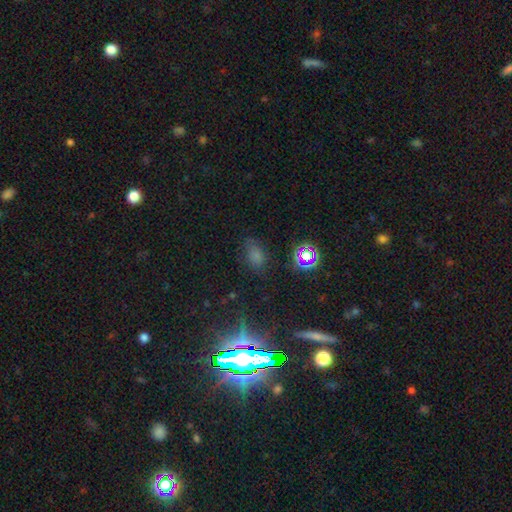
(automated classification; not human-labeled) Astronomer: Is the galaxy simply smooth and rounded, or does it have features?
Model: smooth — 58% (runner-up: star or artifact, 33%).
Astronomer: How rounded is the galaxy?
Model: in between — 76%.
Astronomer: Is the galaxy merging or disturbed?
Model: none — 68%.